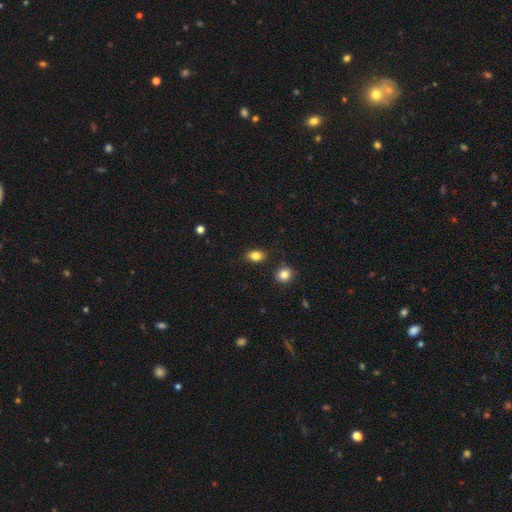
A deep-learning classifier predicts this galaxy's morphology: The model was most divided on "how rounded": in between: 81%, round: 17%, cigar-shaped: 2%. More confident: merging — none (84%); smooth or featured — smooth (83%).